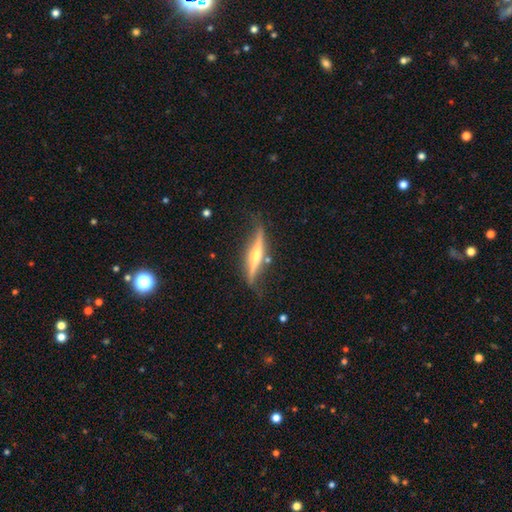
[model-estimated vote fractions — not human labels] The model was most divided on "merging": none: 67%, minor disturbance: 23%, major disturbance: 7%, merger: 3%. More confident: edge-on disk — yes (91%); edge-on bulge — rounded (84%); smooth or featured — featured or disk (77%).